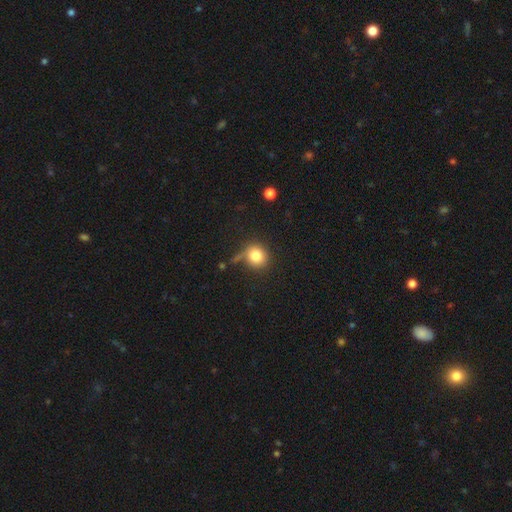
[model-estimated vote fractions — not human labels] Smooth or featured? Predicted: smooth (p=0.82). How rounded? Predicted: round (p=0.84). Merging? Predicted: none (p=0.62).